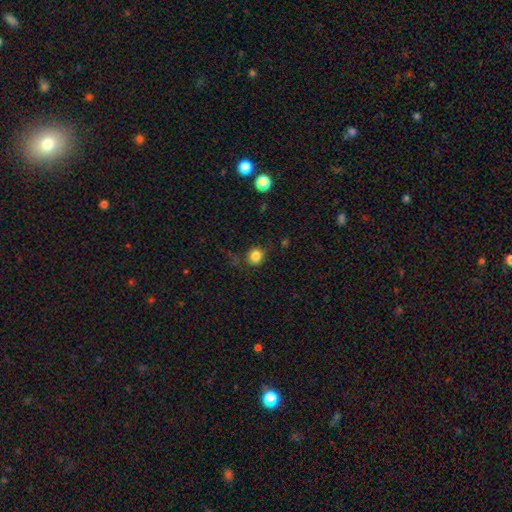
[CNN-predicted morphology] smooth 83%, star or artifact 12%, featured or disk 5%. Down the decision tree: how rounded — round (87%); merging — none (76%).